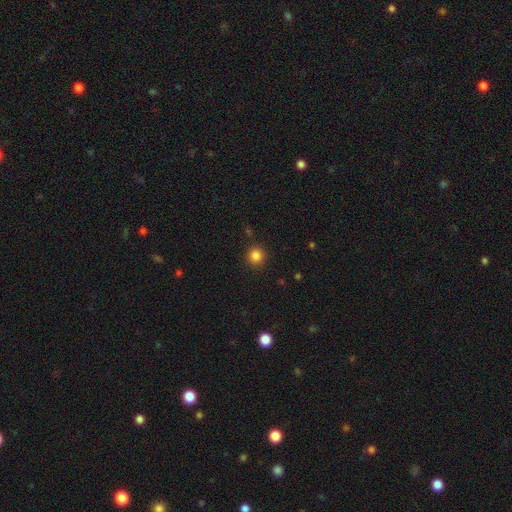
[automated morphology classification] smooth_or_featured: smooth (p=0.84) [alt: star or artifact p=0.12]
how_rounded: round (p=0.94) [alt: in between p=0.05]
merging: none (p=0.90) [alt: minor disturbance p=0.06]